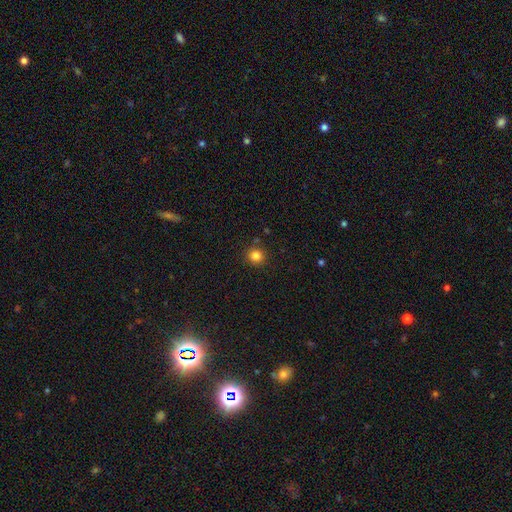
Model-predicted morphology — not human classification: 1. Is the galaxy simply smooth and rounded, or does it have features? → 83% smooth, 13% star or artifact, 5% featured or disk.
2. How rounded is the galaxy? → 92% round, 7% in between, 1% cigar-shaped.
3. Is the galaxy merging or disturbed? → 87% none, 7% minor disturbance, 3% merger, 2% major disturbance.